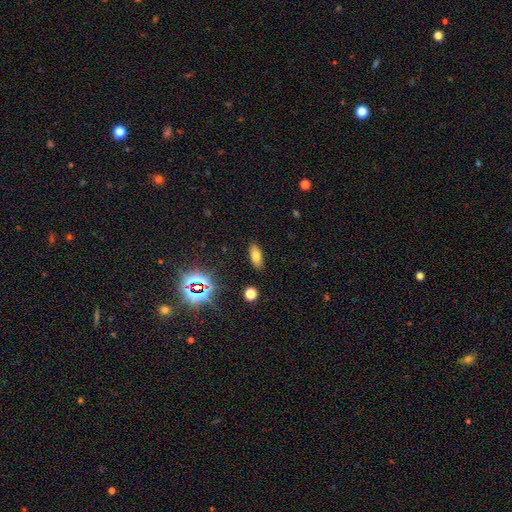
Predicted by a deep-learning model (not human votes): smooth-or-featured: smooth: 70% | star or artifact: 16% | featured or disk: 14%
  how-rounded: in between: 80% | cigar-shaped: 16% | round: 4%
  merging: none: 88% | minor disturbance: 8% | major disturbance: 2% | merger: 1%